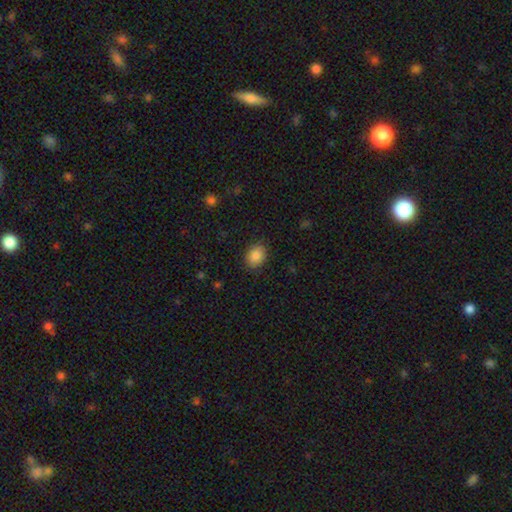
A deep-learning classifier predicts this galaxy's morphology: smooth_or_featured: smooth (p=0.87) [alt: star or artifact p=0.08]
how_rounded: in between (p=0.64) [alt: round p=0.35]
merging: none (p=0.85) [alt: minor disturbance p=0.11]